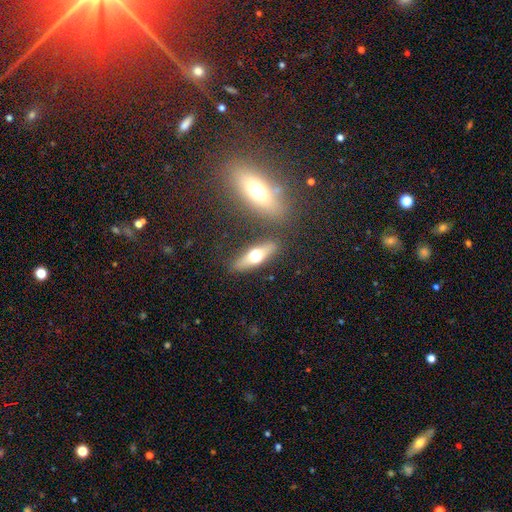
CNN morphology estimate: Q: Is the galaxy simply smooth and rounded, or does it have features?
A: featured or disk — 51%.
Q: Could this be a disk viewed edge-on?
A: yes — 86%.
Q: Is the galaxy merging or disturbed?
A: none — 81%.